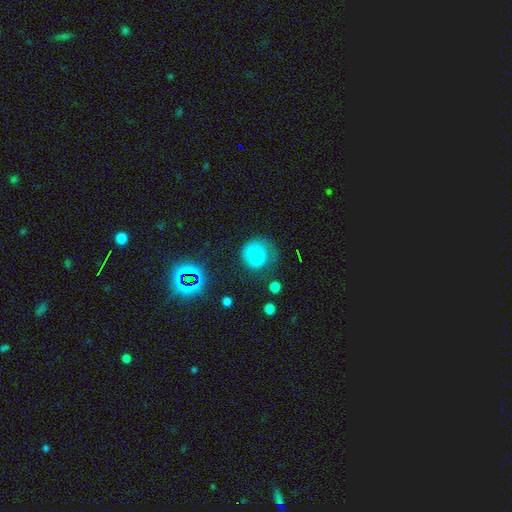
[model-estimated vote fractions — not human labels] A smooth galaxy with no disk features (77%) that is round (86%). Merging: none (52%).